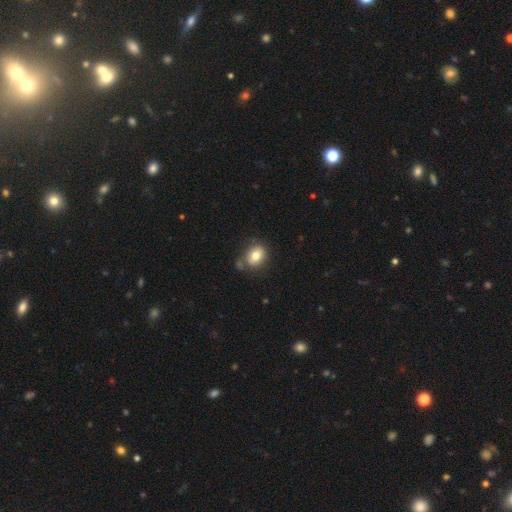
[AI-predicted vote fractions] A smooth galaxy with no disk features (77%) that is in between round and cigar-shaped (61%). Merging: none (64%).